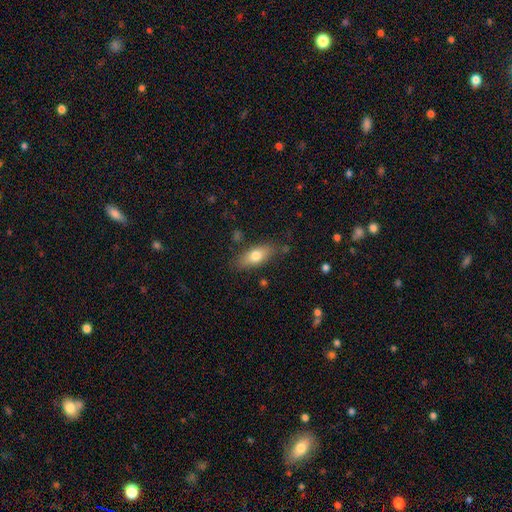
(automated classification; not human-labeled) This is likely a smooth galaxy (71%). How rounded: likely in between (74%). Merging: likely none (77%).